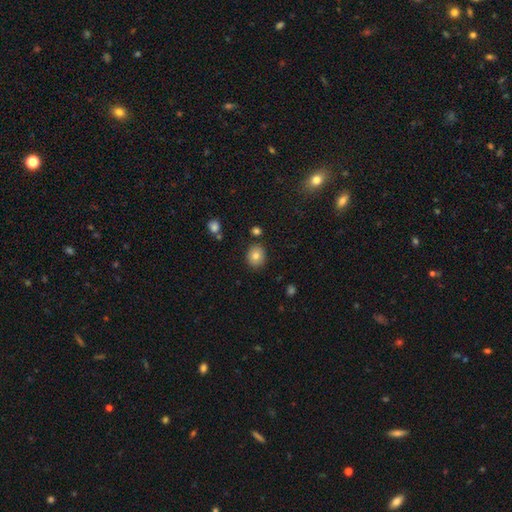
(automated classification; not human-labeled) smooth 80%, star or artifact 10%, featured or disk 10%. Down the decision tree: how rounded — round (71%); merging — none (86%).